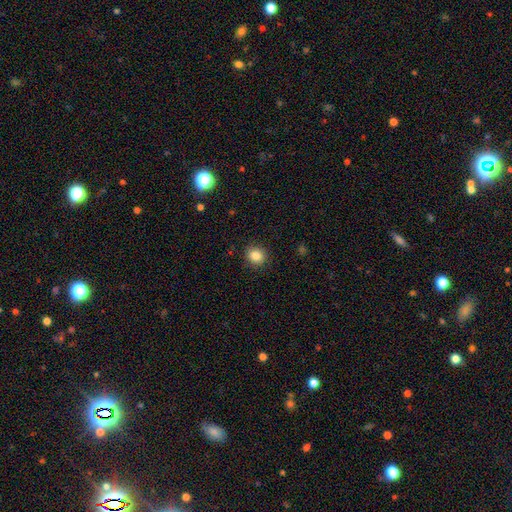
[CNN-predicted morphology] smooth-or-featured: smooth: 85% | star or artifact: 10% | featured or disk: 5%
  how-rounded: round: 83% | in between: 16% | cigar-shaped: 1%
  merging: none: 90% | minor disturbance: 7% | major disturbance: 2% | merger: 1%